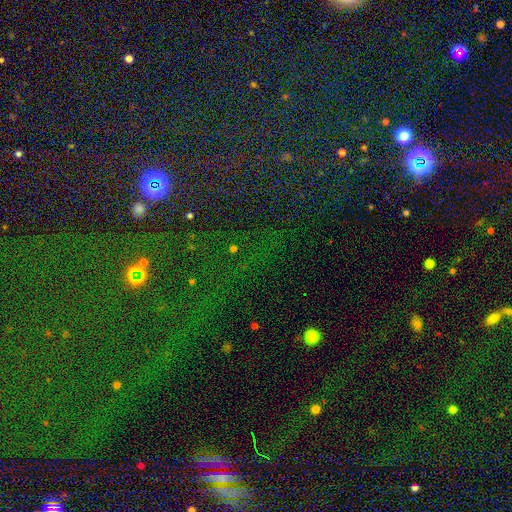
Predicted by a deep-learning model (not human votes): Smooth or featured: star or artifact — 80% (smooth — 12%)